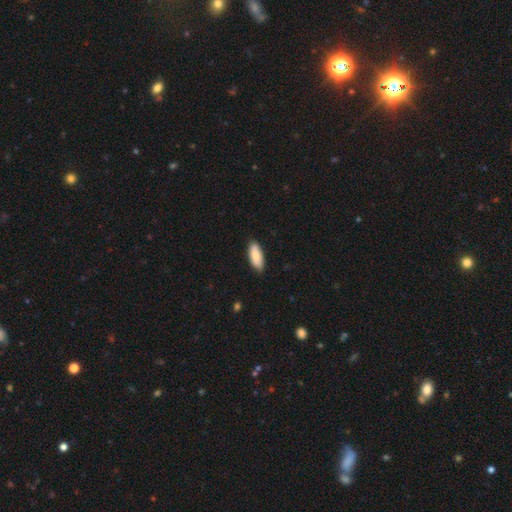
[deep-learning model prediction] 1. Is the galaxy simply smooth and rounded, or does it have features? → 82% smooth, 12% featured or disk, 5% star or artifact.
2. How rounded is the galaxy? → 80% in between, 18% cigar-shaped, 2% round.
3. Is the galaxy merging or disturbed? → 86% none, 11% minor disturbance, 2% major disturbance, 1% merger.